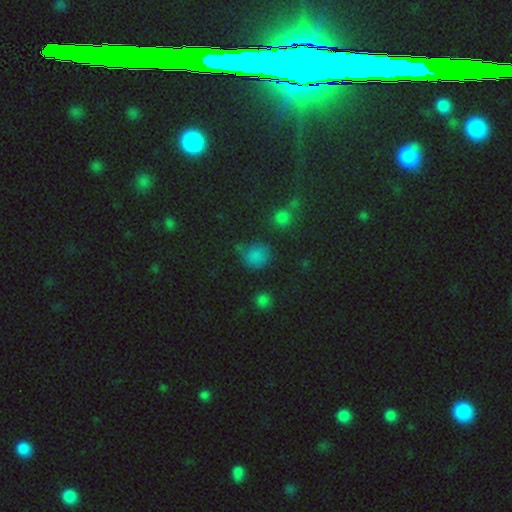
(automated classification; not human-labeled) Smooth or featured?
  - smooth: 67% *
  - star or artifact: 27%
  - featured or disk: 6%
How rounded?
  - round: 77% *
  - in between: 21%
  - cigar-shaped: 2%
Merging?
  - none: 66% *
  - minor disturbance: 19%
  - merger: 8%
  - major disturbance: 8%